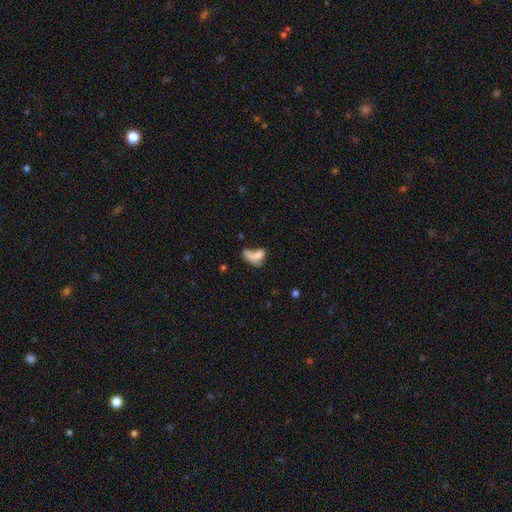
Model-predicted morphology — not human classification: This appears to be a smooth galaxy with no disk features (65%) that is in between round and cigar-shaped (76%). Merging: merger (43%).